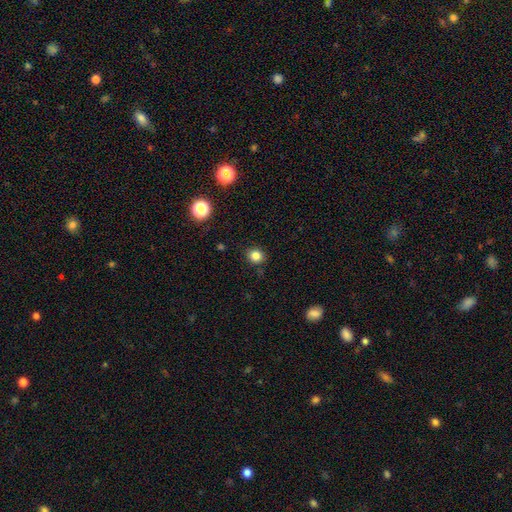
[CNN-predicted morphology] This is clearly a smooth galaxy (83%). How rounded: clearly round (80%). Merging: clearly none (89%).